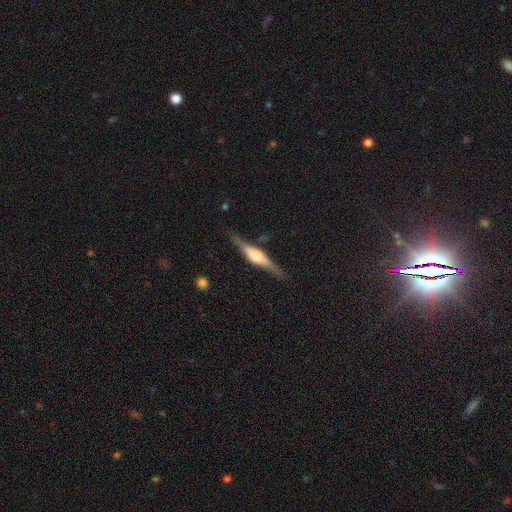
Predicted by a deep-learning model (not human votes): Smooth or featured? featured or disk (75%)
Edge-on disk? yes (97%)
Edge-on bulge? rounded (79%)
Merging? none (85%)